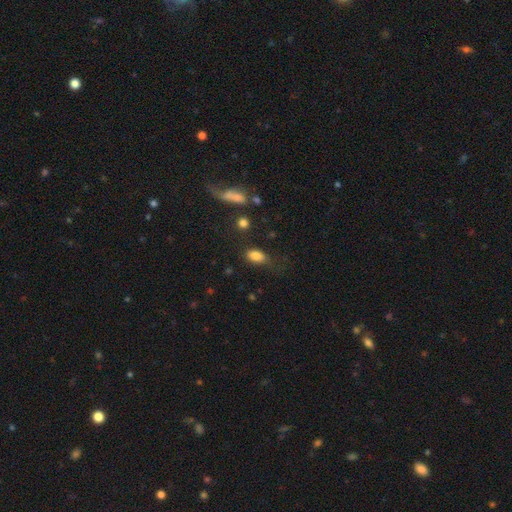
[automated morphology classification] type=smooth (85%); roundness=in between (88%); merging=none (64%).